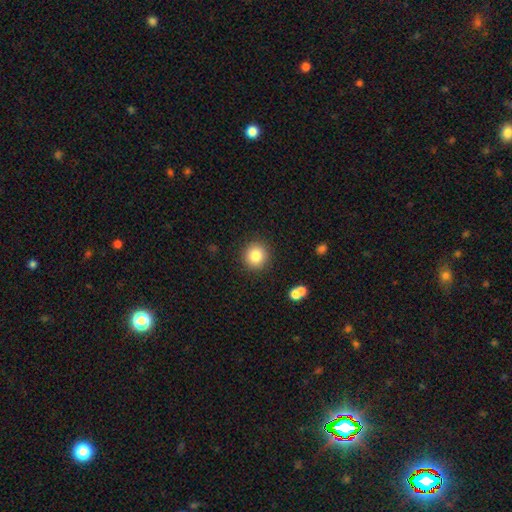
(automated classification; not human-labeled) Smooth or featured?
  - smooth: 84% *
  - star or artifact: 10%
  - featured or disk: 7%
How rounded?
  - round: 93% *
  - in between: 6%
  - cigar-shaped: 1%
Merging?
  - none: 90% *
  - minor disturbance: 6%
  - major disturbance: 2%
  - merger: 2%